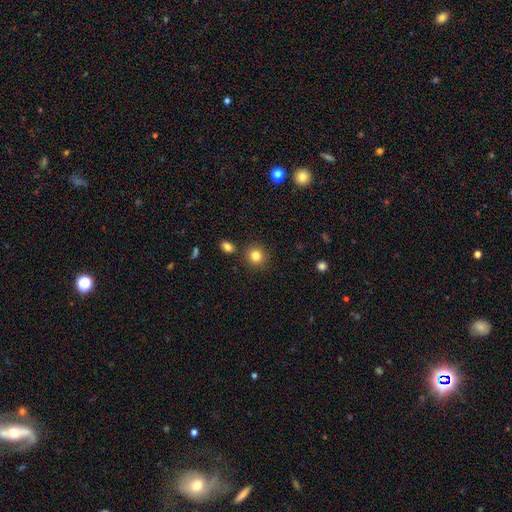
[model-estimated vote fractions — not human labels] smooth-or-featured: smooth: 84% | star or artifact: 11% | featured or disk: 5%
  how-rounded: round: 87% | in between: 12% | cigar-shaped: 1%
  merging: none: 86% | minor disturbance: 7% | merger: 4% | major disturbance: 2%